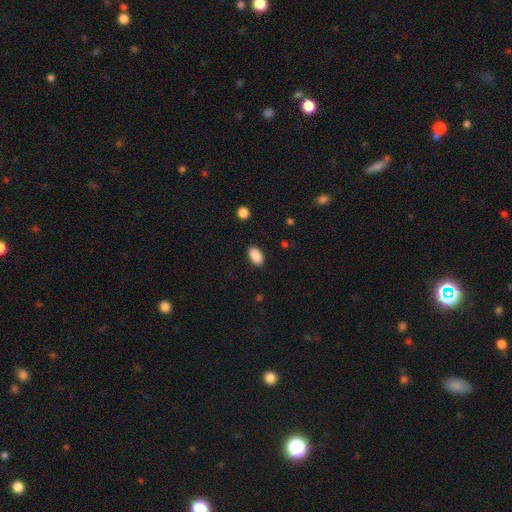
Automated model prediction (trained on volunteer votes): A smooth galaxy with no disk features (89%) that is in between round and cigar-shaped (93%). Merging: none (88%).